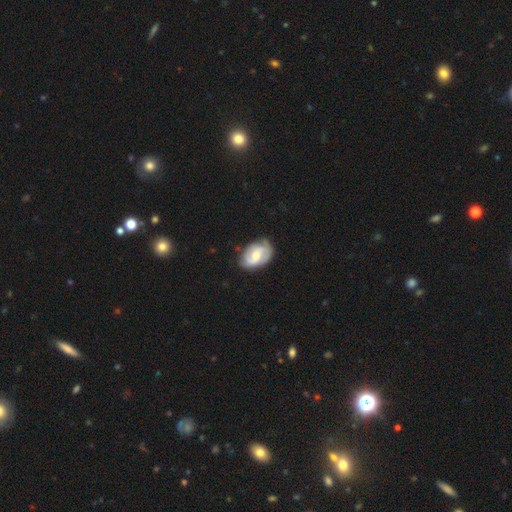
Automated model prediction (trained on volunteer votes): The model was most divided on "bar": no: 49%, weak: 40%, strong: 11%. More confident: edge-on disk — no (95%); spiral arms — yes (69%); merging — none (67%); bulge size — moderate (61%); smooth or featured — featured or disk (54%).